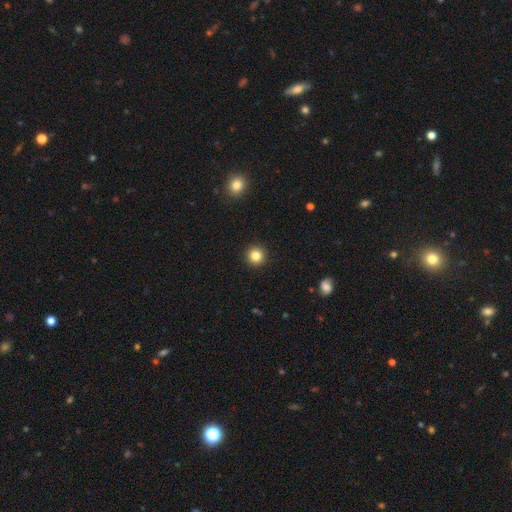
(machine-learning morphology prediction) The model was most divided on "smooth or featured": smooth: 84%, star or artifact: 11%, featured or disk: 5%. More confident: how rounded — round (95%); merging — none (93%).